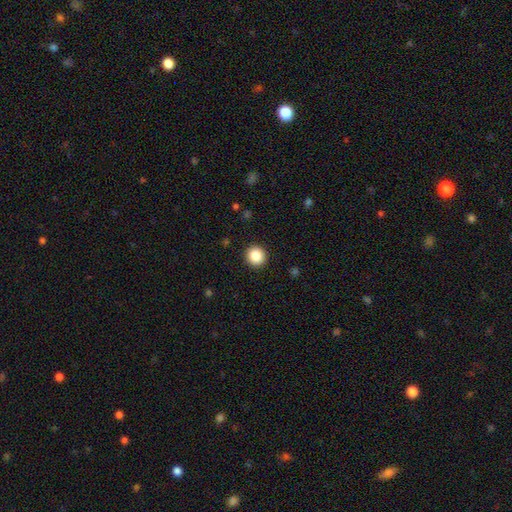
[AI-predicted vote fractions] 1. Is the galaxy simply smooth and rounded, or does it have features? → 87% smooth, 9% star or artifact, 3% featured or disk.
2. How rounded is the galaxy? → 94% round, 5% in between, 1% cigar-shaped.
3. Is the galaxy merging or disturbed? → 92% none, 5% minor disturbance, 2% major disturbance, 1% merger.